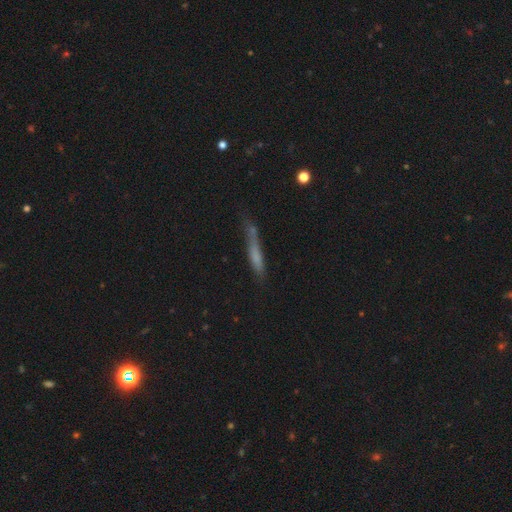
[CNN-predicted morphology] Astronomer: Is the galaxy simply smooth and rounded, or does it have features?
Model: smooth — 61%.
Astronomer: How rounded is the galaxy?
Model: cigar-shaped — 90%.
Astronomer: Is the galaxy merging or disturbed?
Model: none — 53%.